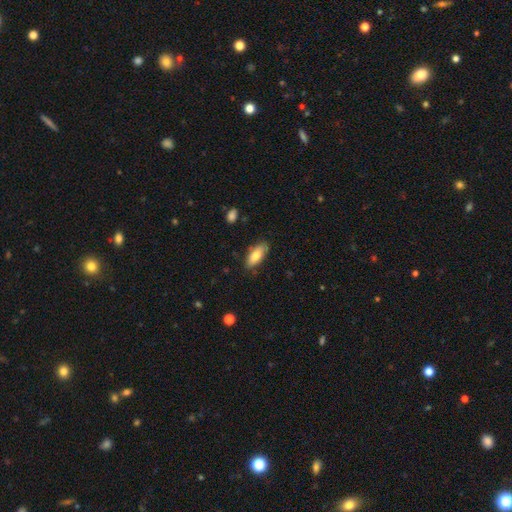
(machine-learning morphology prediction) Smooth or featured? Predicted: smooth (p=0.77). How rounded? Predicted: in between (p=0.80). Merging? Predicted: none (p=0.81).